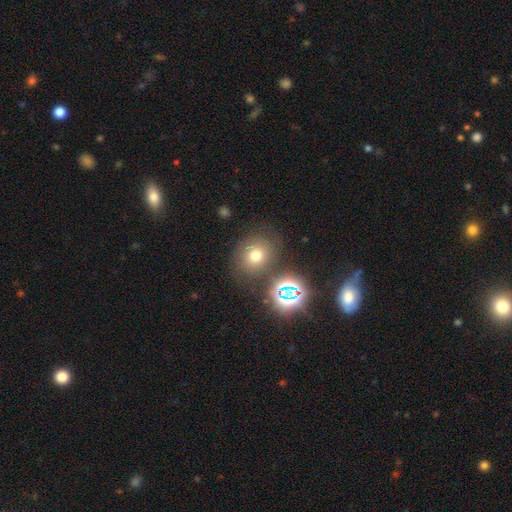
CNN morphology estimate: A smooth galaxy with no disk features (67%) that is round (75%). Merging: none (77%).